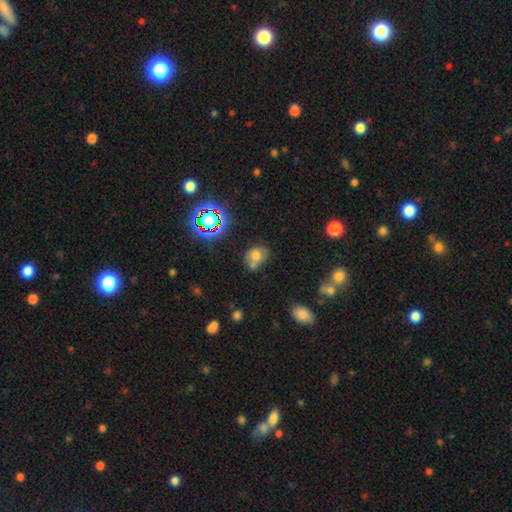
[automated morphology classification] Overall: smooth (68%). How rounded: in between (49%, tied with round). Merging: none (45%; merger 27%).